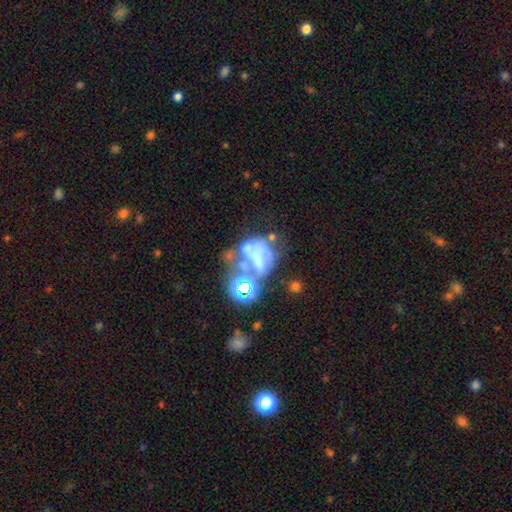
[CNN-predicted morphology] smooth-or-featured: featured or disk: 48% | smooth: 29% | star or artifact: 23%
  merging: merger: 37% | major disturbance: 30% | none: 20% | minor disturbance: 14%